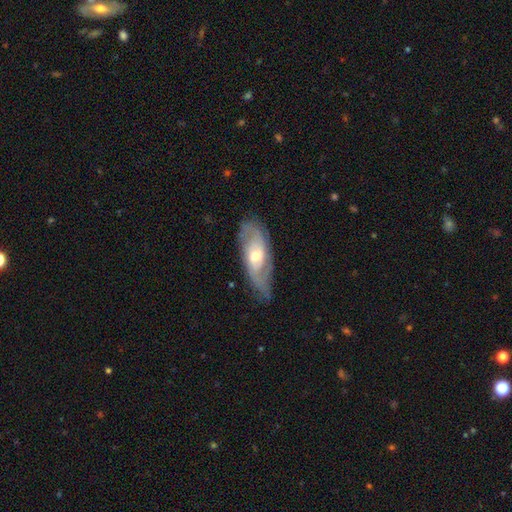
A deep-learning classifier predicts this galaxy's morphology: The model was most divided on "spiral winding": medium: 42%, tight: 39%, loose: 19%. More confident: spiral arms — yes (88%); edge-on disk — no (87%); smooth or featured — featured or disk (76%); merging — none (73%); spiral arm count — 2 (65%); bulge size — moderate (62%); bar — no (56%).